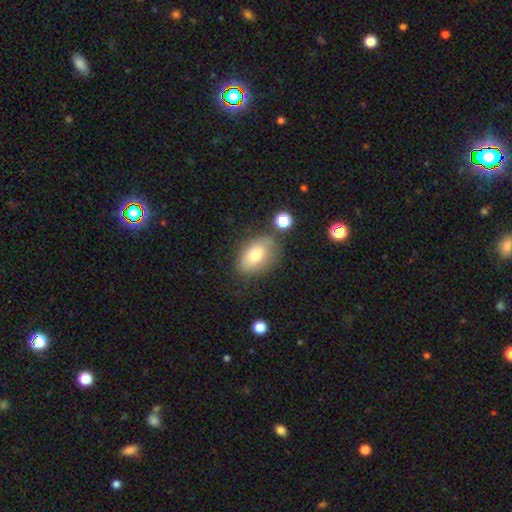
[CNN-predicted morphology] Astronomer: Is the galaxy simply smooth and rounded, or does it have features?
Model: smooth — 72%.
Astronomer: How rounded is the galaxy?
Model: in between — 85%.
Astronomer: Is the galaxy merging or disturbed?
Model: none — 64%.